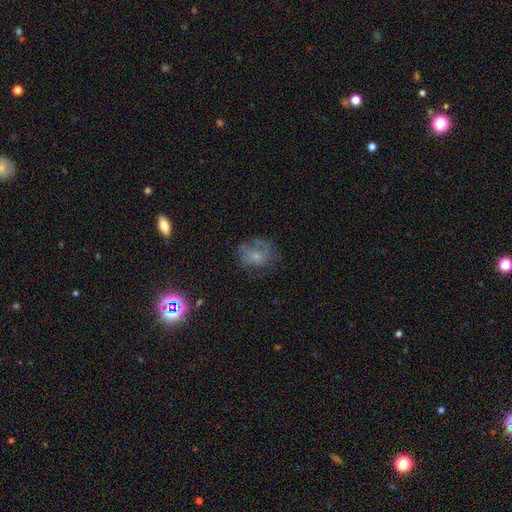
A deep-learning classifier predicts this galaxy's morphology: Smooth or featured? smooth (50%)
How rounded? round (52%)
Merging? none (50%)